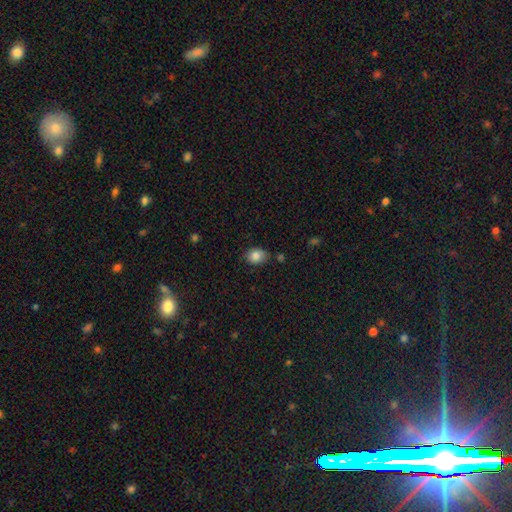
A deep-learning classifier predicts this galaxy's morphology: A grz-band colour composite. It shows a smooth galaxy with no disk features (85%) that is in between round and cigar-shaped (62%). Merging: none (75%).